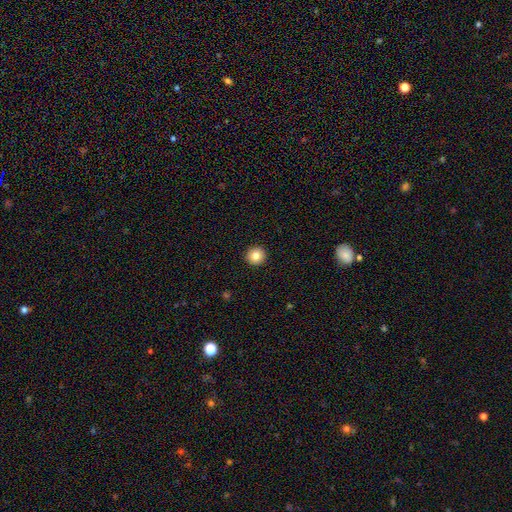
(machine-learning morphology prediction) Smooth or featured: smooth — 83% (star or artifact — 10%)
How rounded: round — 95% (in between — 4%)
Merging: none — 94% (minor disturbance — 4%)